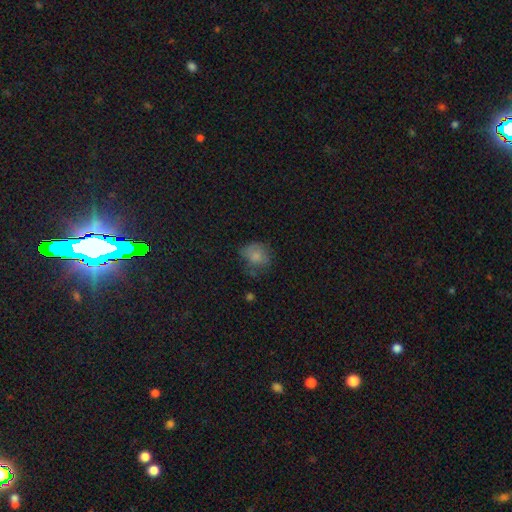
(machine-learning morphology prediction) Overall: smooth (74%). How rounded: round (58%; in between 41%). Merging: none (51%; minor disturbance 30%).